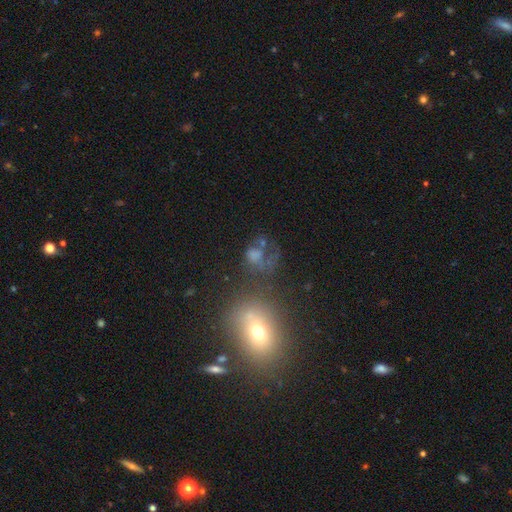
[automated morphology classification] The model was most divided on "merging": none: 33%, major disturbance: 30%, merger: 21%, minor disturbance: 17%. Remaining: smooth or featured — smooth (49%).